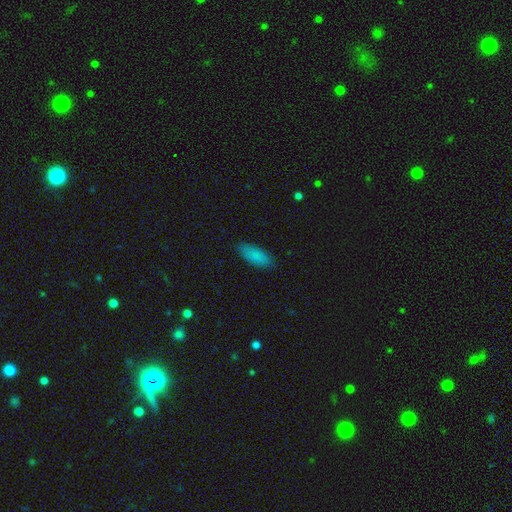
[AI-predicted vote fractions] smooth_or_featured: smooth (p=0.86) [alt: star or artifact p=0.07]
how_rounded: in between (p=0.81) [alt: cigar-shaped p=0.17]
merging: none (p=0.86) [alt: minor disturbance p=0.11]